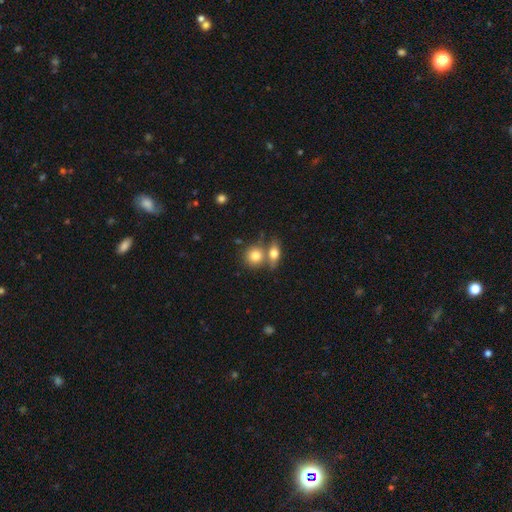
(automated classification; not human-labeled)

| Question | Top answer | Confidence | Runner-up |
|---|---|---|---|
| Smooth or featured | smooth | 79% | featured or disk (12%) |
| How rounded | round | 77% | in between (21%) |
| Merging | none | 45% | merger (43%) |